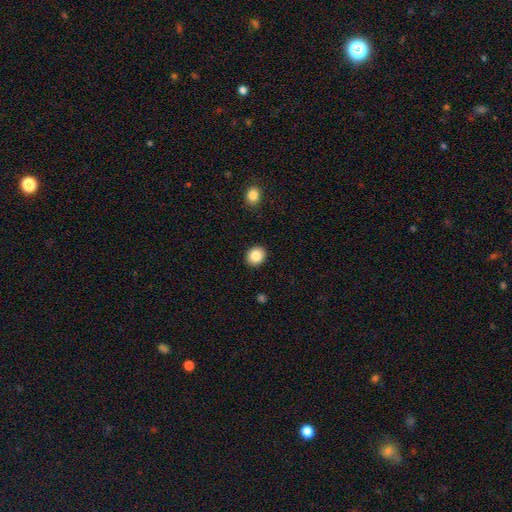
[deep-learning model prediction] smooth-or-featured: smooth: 85% | star or artifact: 9% | featured or disk: 6%
  how-rounded: round: 71% | in between: 28% | cigar-shaped: 1%
  merging: none: 91% | minor disturbance: 6% | major disturbance: 2% | merger: 1%